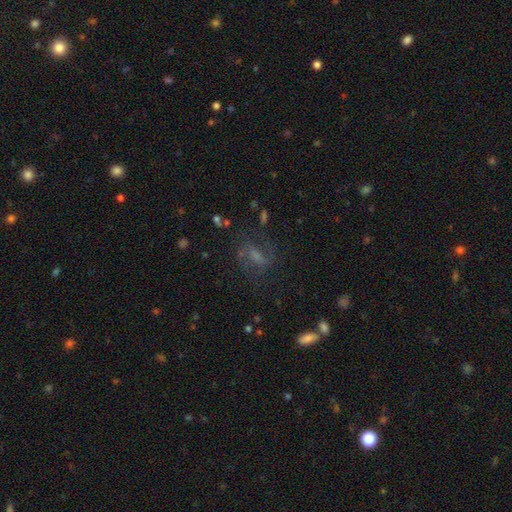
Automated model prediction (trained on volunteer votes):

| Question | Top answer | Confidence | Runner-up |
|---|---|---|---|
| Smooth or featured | featured or disk | 48% | smooth (29%) |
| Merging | none | 65% | minor disturbance (17%) |